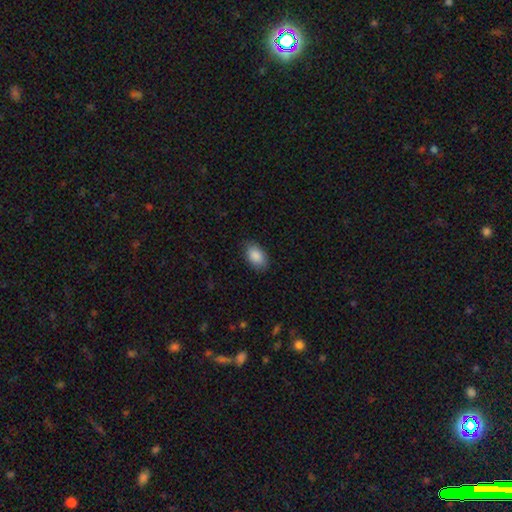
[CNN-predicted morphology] This is clearly a smooth galaxy (89%). How rounded: clearly in between (90%). Merging: clearly none (84%).